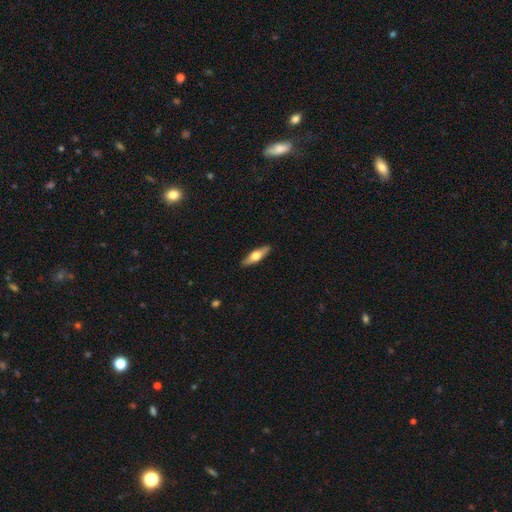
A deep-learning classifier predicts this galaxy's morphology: Smooth or featured? smooth (50%)
Merging? none (90%)